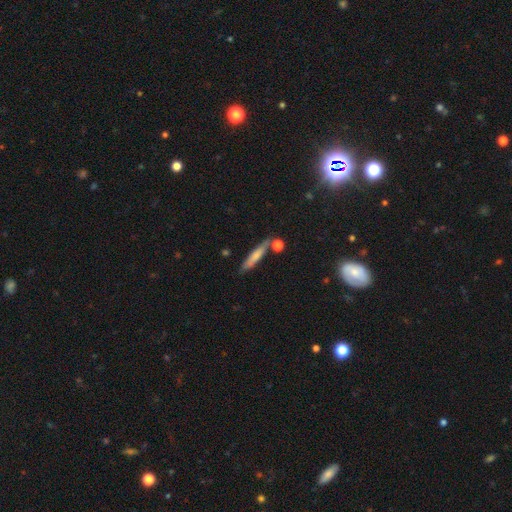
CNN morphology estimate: Smooth or featured: smooth — 64% (featured or disk — 29%)
How rounded: cigar-shaped — 89% (in between — 9%)
Merging: none — 73% (minor disturbance — 14%)